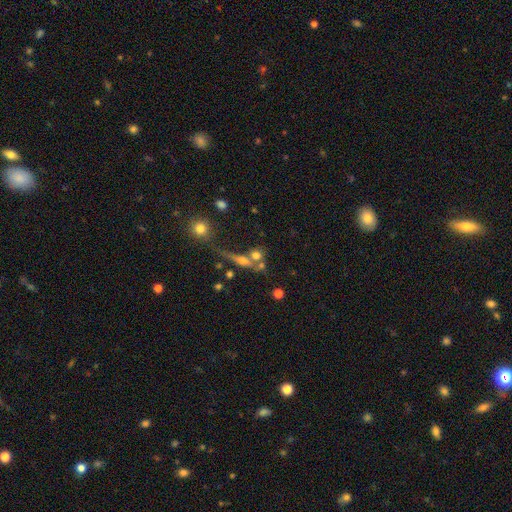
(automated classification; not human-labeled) smooth-or-featured: smooth: 51% | featured or disk: 33% | star or artifact: 16%
  how-rounded: round: 57% | in between: 25% | cigar-shaped: 18%
  merging: none: 45% | merger: 37% | minor disturbance: 11% | major disturbance: 7%